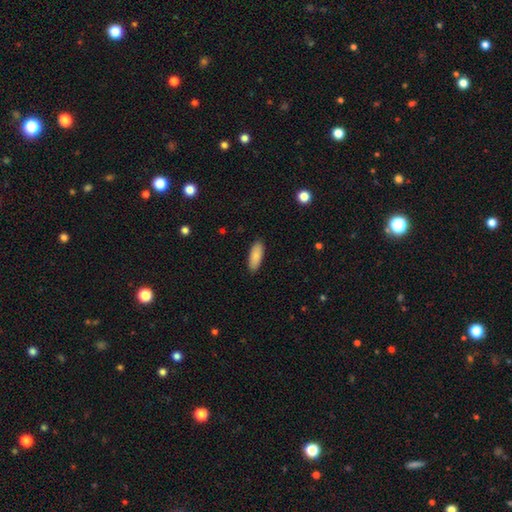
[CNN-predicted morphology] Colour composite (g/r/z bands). It shows a smooth galaxy with no disk features (87%) that is in between round and cigar-shaped (70%). Merging: none (89%).